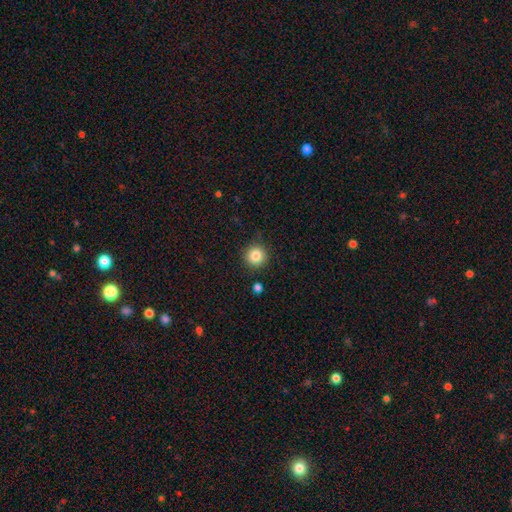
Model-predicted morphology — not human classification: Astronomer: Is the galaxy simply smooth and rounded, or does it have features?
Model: smooth — 85%.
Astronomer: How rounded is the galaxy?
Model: round — 94%.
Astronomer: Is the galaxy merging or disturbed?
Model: none — 88%.